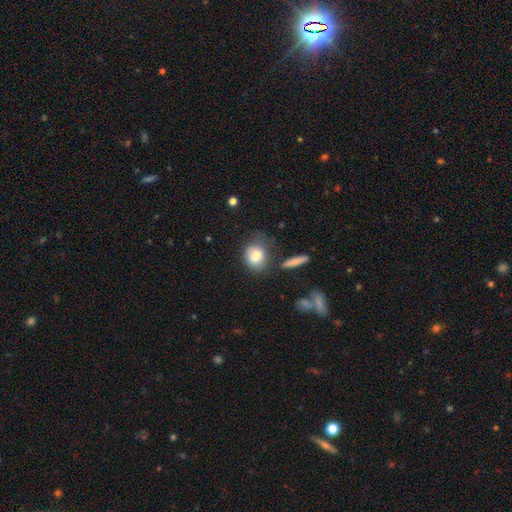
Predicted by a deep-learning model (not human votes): This appears to be a smooth galaxy with no disk features (79%) that is round (50%). Merging: none (60%).